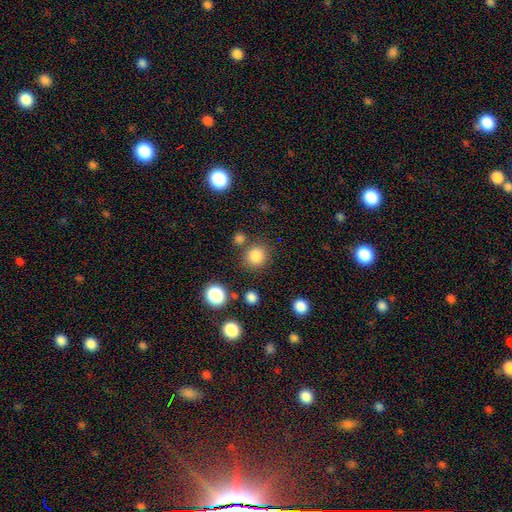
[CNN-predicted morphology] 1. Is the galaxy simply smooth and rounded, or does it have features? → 83% smooth, 13% star or artifact, 5% featured or disk.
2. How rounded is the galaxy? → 91% round, 8% in between, 1% cigar-shaped.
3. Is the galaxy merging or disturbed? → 80% none, 9% minor disturbance, 8% merger, 4% major disturbance.